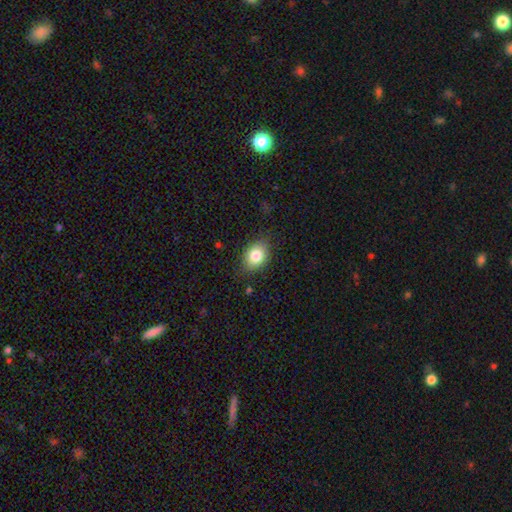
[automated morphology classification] This is clearly a smooth galaxy (81%). How rounded: likely in between (66%). Merging: likely none (79%).